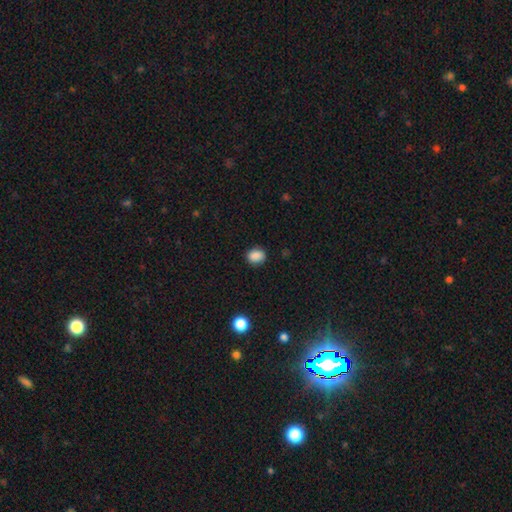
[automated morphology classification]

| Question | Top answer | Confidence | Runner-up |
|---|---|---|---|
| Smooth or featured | smooth | 87% | star or artifact (10%) |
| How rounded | round | 55% | in between (44%) |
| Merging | none | 87% | minor disturbance (10%) |